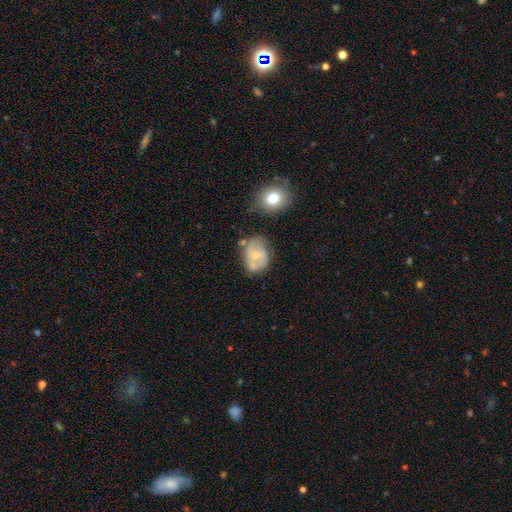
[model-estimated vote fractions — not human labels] smooth_or_featured: featured or disk (p=0.58) [alt: smooth p=0.35]
disk_edge_on: no (p=0.97) [alt: yes p=0.03]
bar: no (p=0.60) [alt: weak p=0.34]
has_spiral_arms: yes (p=0.74) [alt: no p=0.26]
bulge_size: small (p=0.59) [alt: moderate p=0.33]
merging: none (p=0.55) [alt: minor disturbance p=0.25]